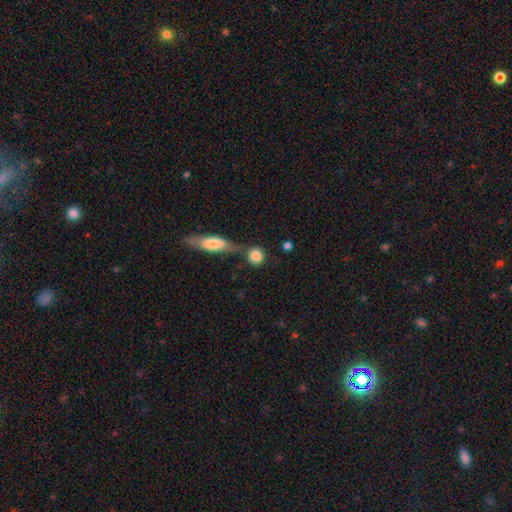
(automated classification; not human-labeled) Smooth or featured: smooth — 84% (featured or disk — 8%)
How rounded: round — 86% (in between — 11%)
Merging: none — 62% (merger — 22%)